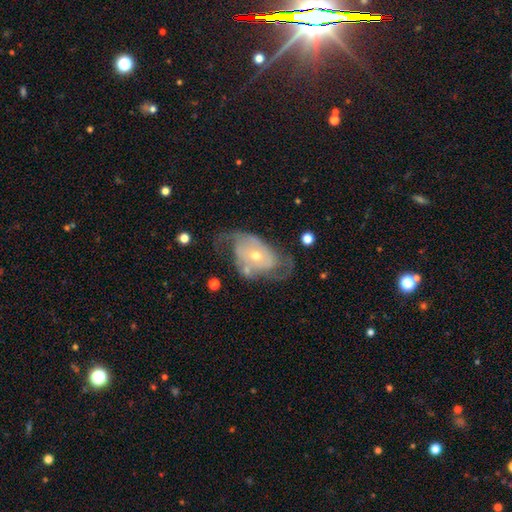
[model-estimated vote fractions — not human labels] smooth-or-featured: featured or disk: 80% | smooth: 14% | star or artifact: 6%
  disk-edge-on: no: 96% | yes: 4%
    bar: no: 67% | weak: 26% | strong: 7%
    has-spiral-arms: yes: 87% | no: 13%
      spiral-winding: medium: 41% | loose: 30% | tight: 29%
      spiral-arm-count: 2: 63% | can't tell: 20% | 3: 7% | 1: 5% | 4: 2% | more than 4: 2%
    bulge-size: moderate: 52% | small: 44% | large: 2% | none: 1% | dominant: 1%
  merging: none: 44% | major disturbance: 27% | minor disturbance: 24% | merger: 6%